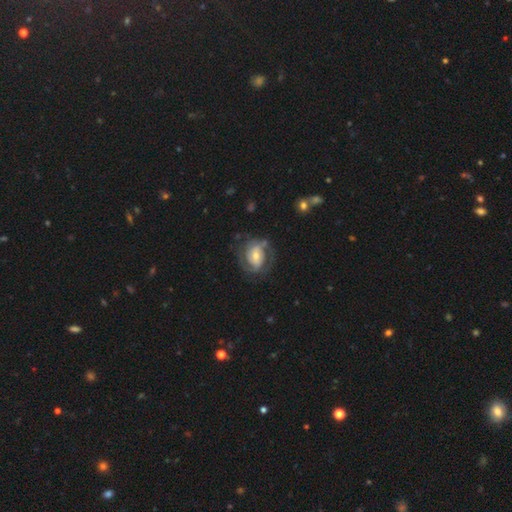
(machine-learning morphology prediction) type=featured or disk (73%); edge-on=no (97%); bar=no (44%); spiral arms=yes (88%); winding=medium (43%); arm count=2 (67%); bulge=moderate (48%); merging=none (64%).